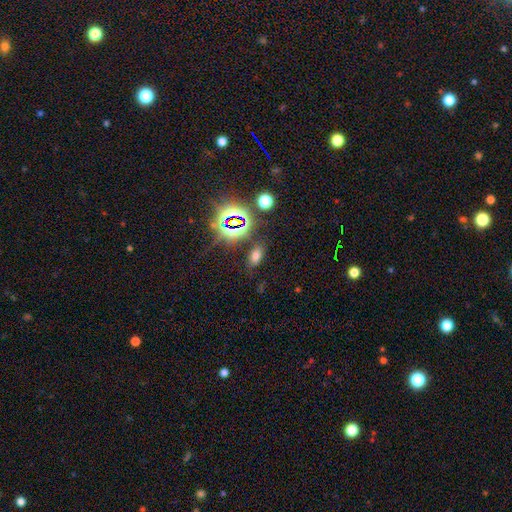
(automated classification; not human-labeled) A smooth galaxy with no disk features (62%) that is in between round and cigar-shaped (88%).

Vote fractions:
- Smooth or featured? smooth: 62% / star or artifact: 31% / featured or disk: 8%
- How rounded? in between: 88% / round: 8% / cigar-shaped: 4%
- Merging? none: 80% / minor disturbance: 11% / major disturbance: 4% / merger: 4%